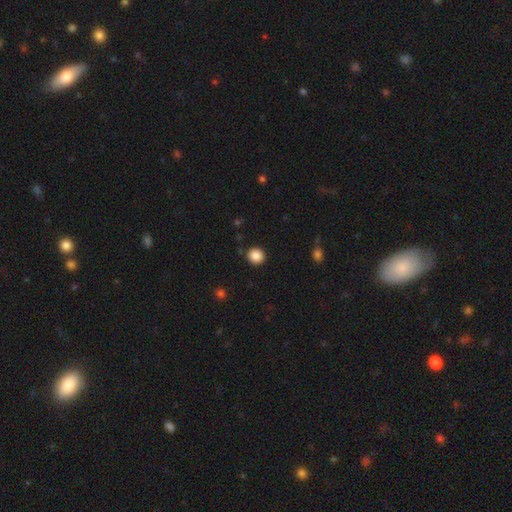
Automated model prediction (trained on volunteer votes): This is clearly a smooth galaxy (87%). How rounded: clearly round (88%). Merging: clearly none (90%).